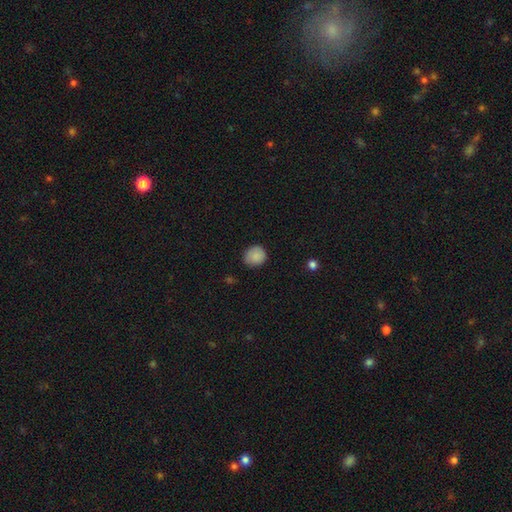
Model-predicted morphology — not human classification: This is clearly a smooth galaxy (87%). How rounded: clearly round (83%). Merging: likely none (79%).